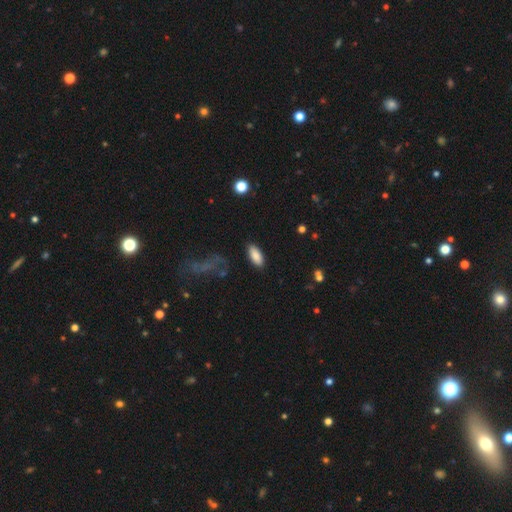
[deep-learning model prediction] Q: Smooth or featured?
A: smooth (87%); runner-up: star or artifact (6%)
Q: How rounded?
A: in between (83%); runner-up: cigar-shaped (15%)
Q: Merging?
A: none (87%); runner-up: minor disturbance (9%)